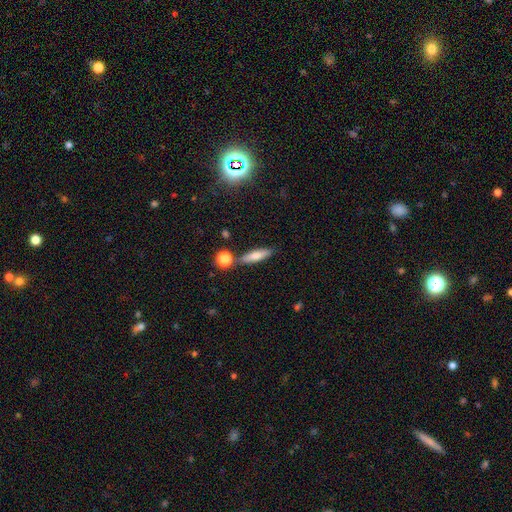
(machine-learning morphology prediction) type=smooth (71%); roundness=cigar-shaped (67%); merging=none (75%).